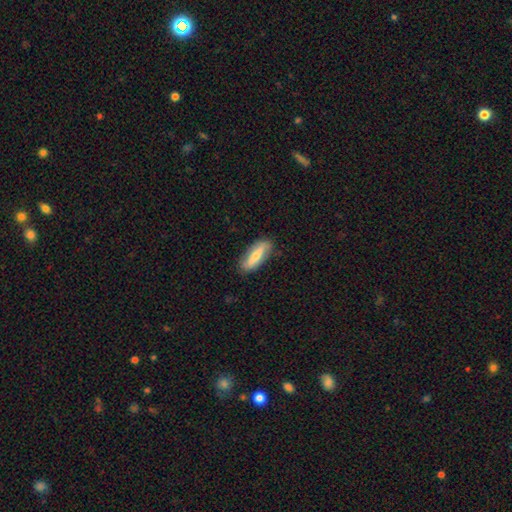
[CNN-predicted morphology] This appears to be a smooth galaxy with no disk features (57%) that is in between round and cigar-shaped (62%). Merging: none (80%).